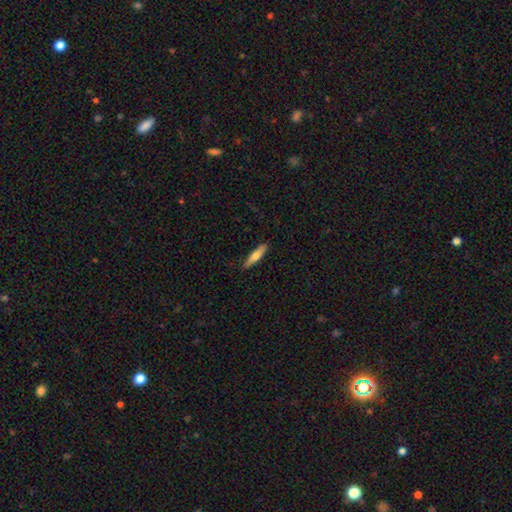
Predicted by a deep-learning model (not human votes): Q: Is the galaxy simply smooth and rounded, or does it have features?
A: smooth — 58%.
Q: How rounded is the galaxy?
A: cigar-shaped — 80%.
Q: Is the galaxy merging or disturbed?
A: none — 88%.